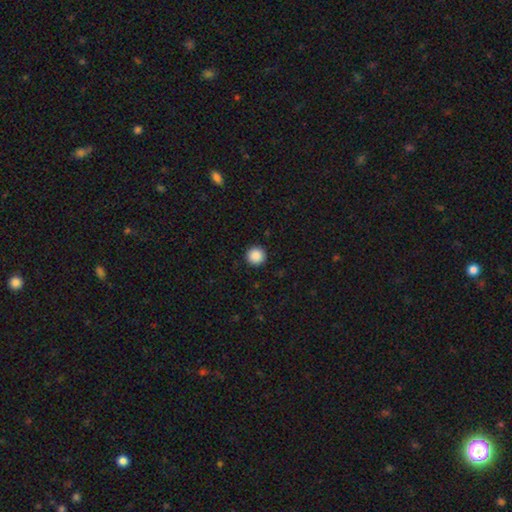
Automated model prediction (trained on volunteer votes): smooth 89%, star or artifact 9%, featured or disk 2%. Down the decision tree: how rounded — round (96%); merging — none (93%).